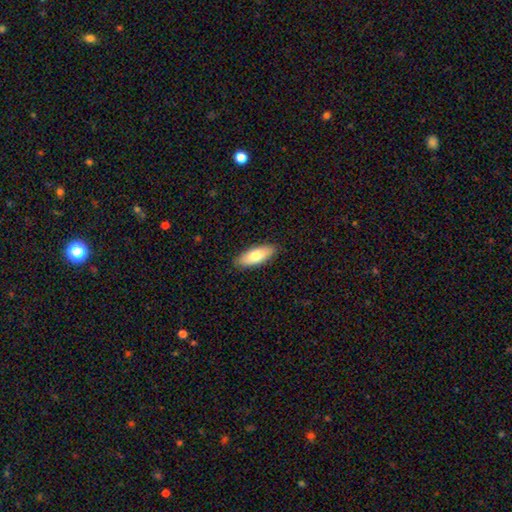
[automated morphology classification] Smooth or featured? Predicted: smooth (p=0.79). How rounded? Predicted: in between (p=0.71). Merging? Predicted: none (p=0.88).